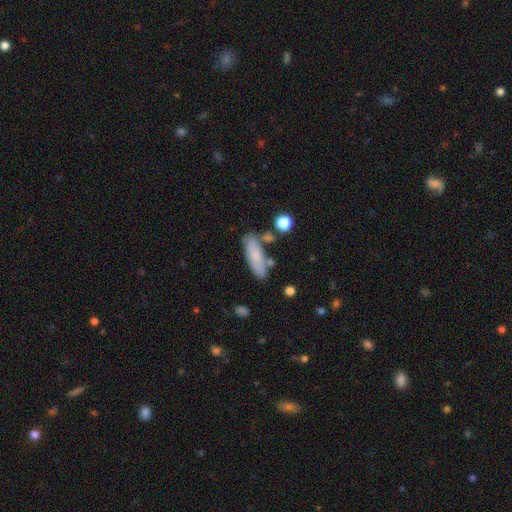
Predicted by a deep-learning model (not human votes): Smooth or featured: smooth — 76% (featured or disk — 17%)
How rounded: in between — 53% (cigar-shaped — 45%)
Merging: none — 68% (minor disturbance — 18%)